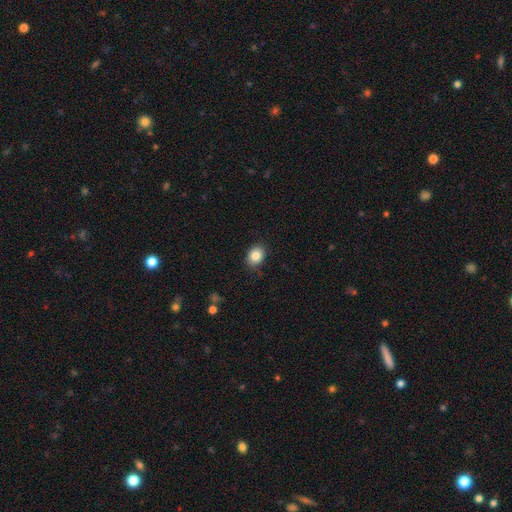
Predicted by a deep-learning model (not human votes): Smooth or featured? smooth (85%)
How rounded? in between (60%)
Merging? none (85%)